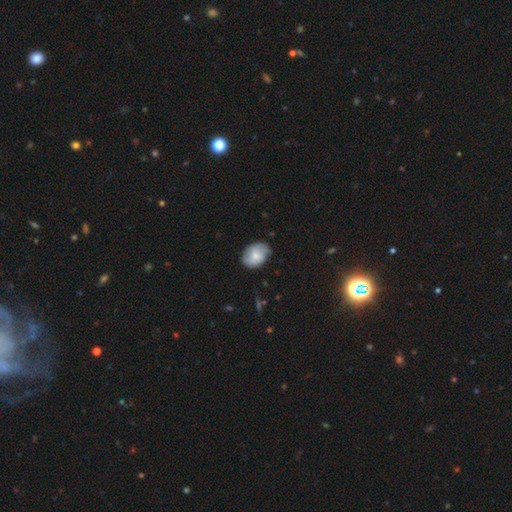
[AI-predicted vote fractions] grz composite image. It shows a smooth galaxy with no disk features (61%) that is in between round and cigar-shaped (70%). Merging: none (70%).